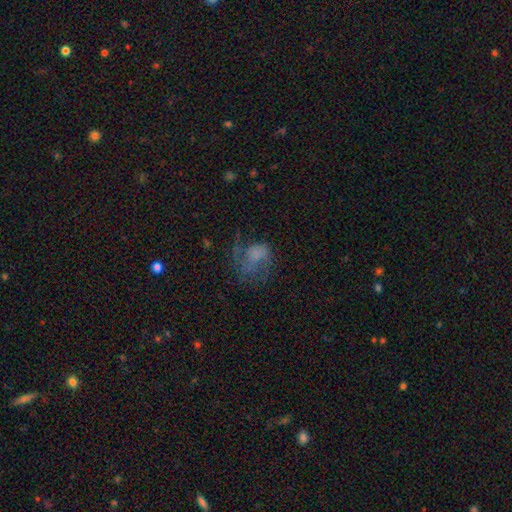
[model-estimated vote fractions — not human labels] smooth-or-featured: featured or disk: 46% | smooth: 40% | star or artifact: 14%
  merging: major disturbance: 44% | none: 33% | minor disturbance: 20% | merger: 3%